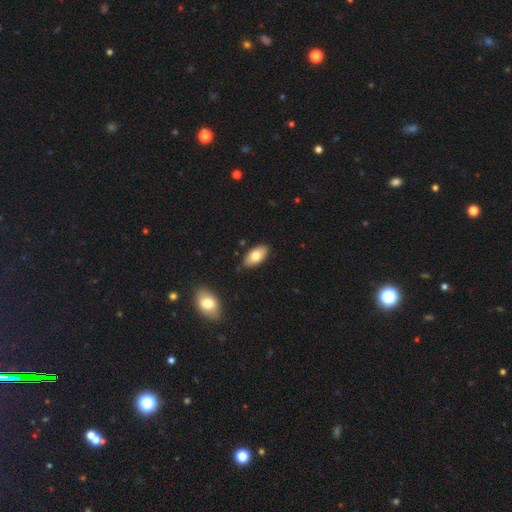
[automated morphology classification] Smooth or featured? Predicted: smooth (p=0.76). How rounded? Predicted: in between (p=0.93). Merging? Predicted: none (p=0.85).